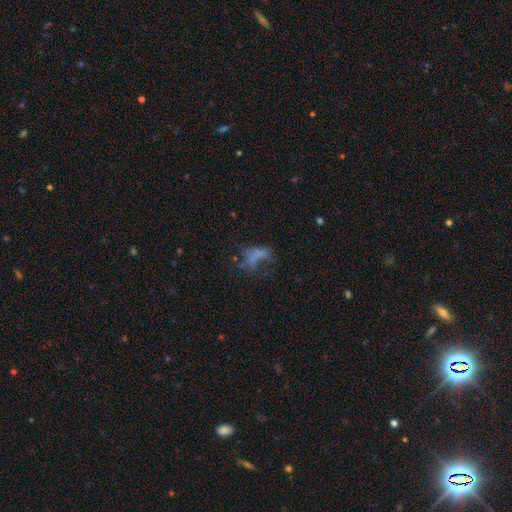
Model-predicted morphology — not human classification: This is possibly a smooth galaxy (45%). Merging: marginally major disturbance (44%).